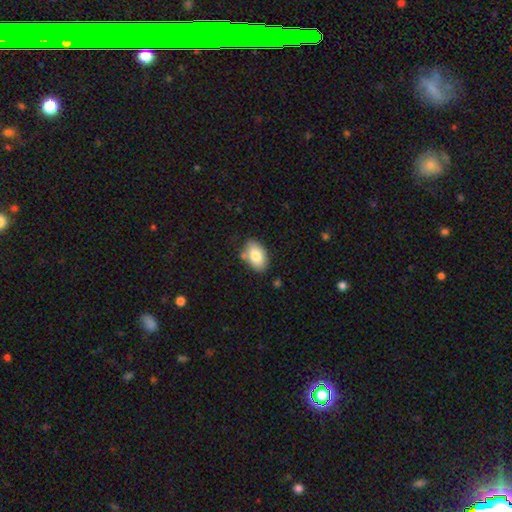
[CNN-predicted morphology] This is likely a smooth galaxy (80%). How rounded: clearly in between (91%). Merging: likely none (75%).